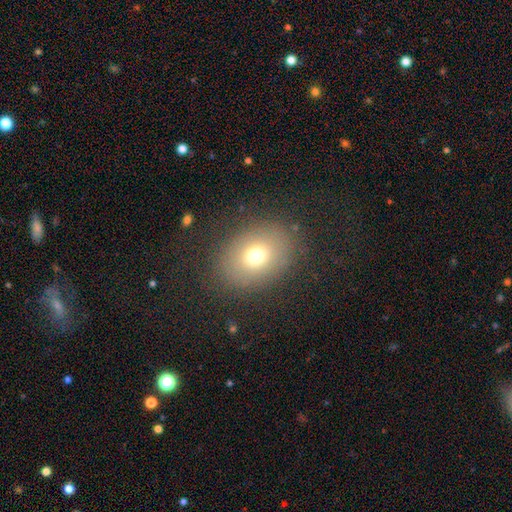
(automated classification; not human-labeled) A smooth galaxy with no disk features (71%) that is in between round and cigar-shaped (57%).

Vote fractions:
- Smooth or featured? smooth: 71% / featured or disk: 15% / star or artifact: 14%
- How rounded? in between: 57% / round: 42% / cigar-shaped: 1%
- Merging? none: 82% / minor disturbance: 11% / major disturbance: 6% / merger: 1%